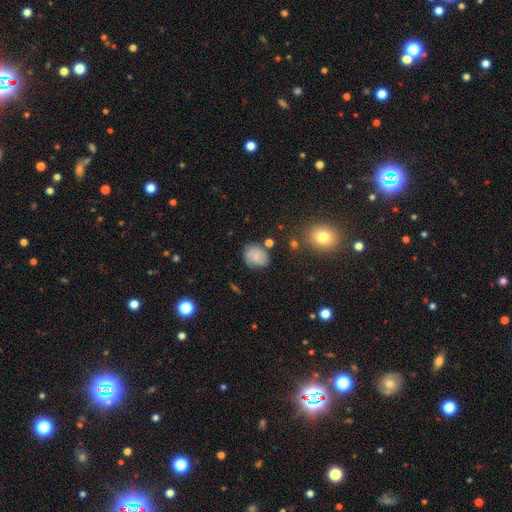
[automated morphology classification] This is likely a smooth galaxy (70%). How rounded: possibly round (52%). Merging: likely none (64%).